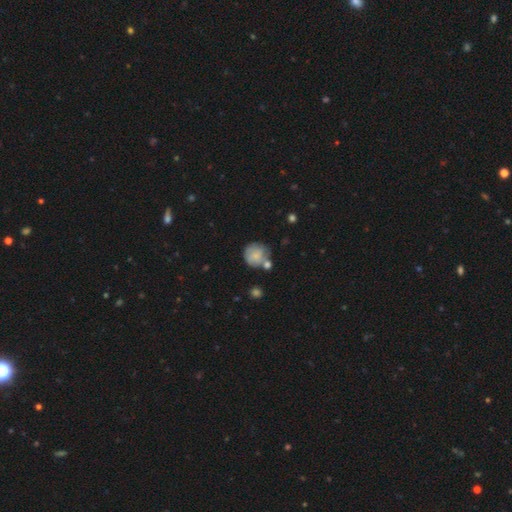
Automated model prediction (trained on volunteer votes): Morphology: type=smooth (73%); roundness=round (88%); merging=none (52%).